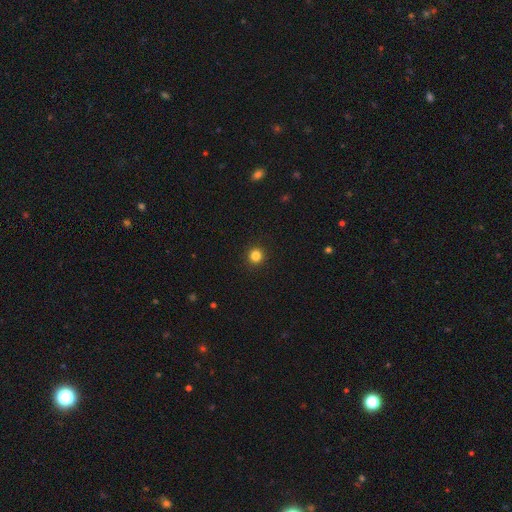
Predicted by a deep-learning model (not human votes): This is clearly a smooth galaxy (84%). How rounded: clearly round (94%). Merging: clearly none (93%).